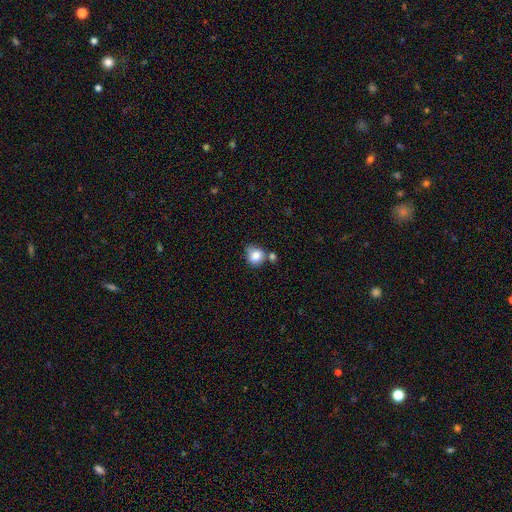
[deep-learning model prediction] Smooth or featured? Predicted: smooth (p=0.83). How rounded? Predicted: round (p=0.75). Merging? Predicted: none (p=0.54).